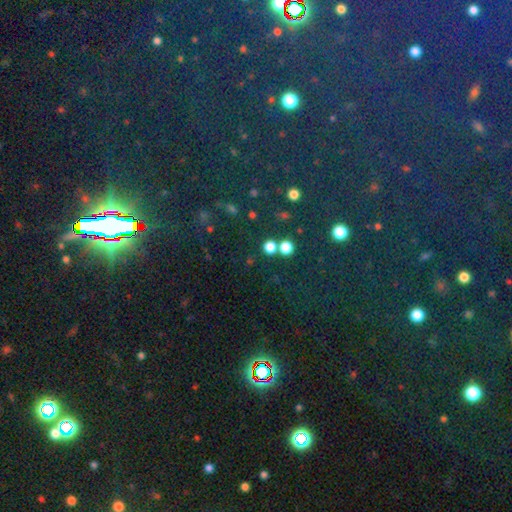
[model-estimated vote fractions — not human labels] This is clearly a star or artifact rather than a galaxy (83%).